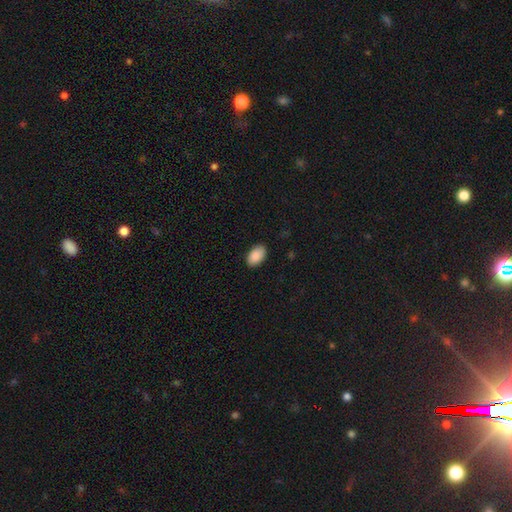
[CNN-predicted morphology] Smooth or featured? Predicted: smooth (p=0.90). How rounded? Predicted: in between (p=0.94). Merging? Predicted: none (p=0.89).